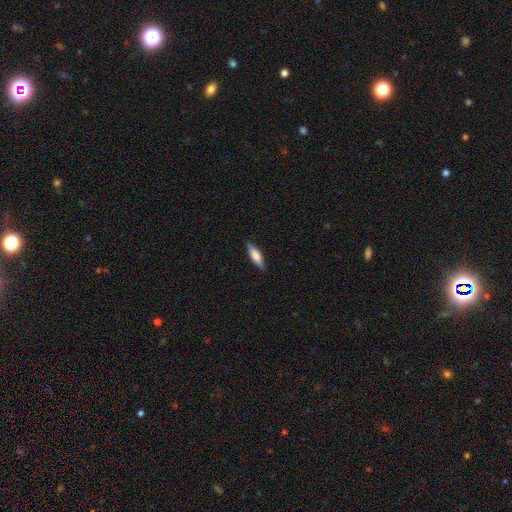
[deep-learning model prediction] A smooth galaxy with no disk features (72%) that is cigar-shaped (56%).

Vote fractions:
- Smooth or featured? smooth: 72% / featured or disk: 23% / star or artifact: 6%
- How rounded? cigar-shaped: 56% / in between: 42% / round: 2%
- Merging? none: 88% / minor disturbance: 9% / major disturbance: 2% / merger: 1%